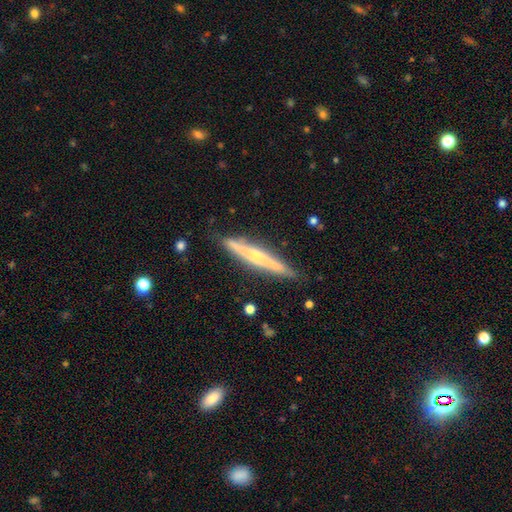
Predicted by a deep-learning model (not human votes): Smooth or featured? Predicted: featured or disk (p=0.63). Edge-on disk? Predicted: yes (p=0.96). Edge-on bulge? Predicted: rounded (p=0.68). Merging? Predicted: none (p=0.86).